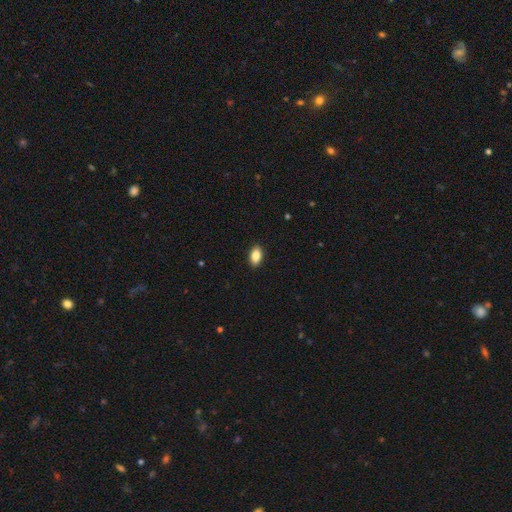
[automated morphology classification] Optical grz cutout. It shows a smooth galaxy with no disk features (86%) that is in between round and cigar-shaped (91%). Merging: none (90%).